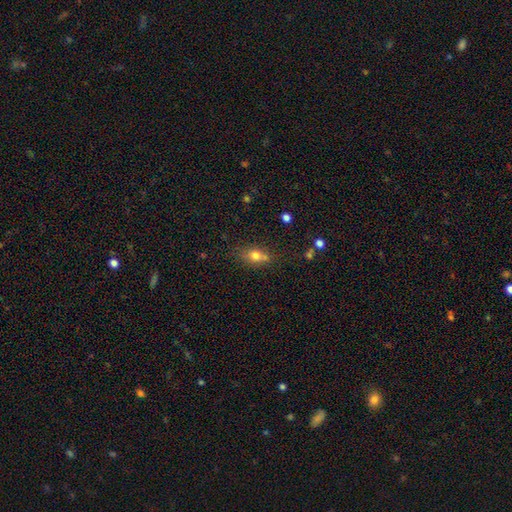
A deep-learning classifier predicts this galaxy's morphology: smooth-or-featured: smooth: 75% | featured or disk: 13% | star or artifact: 12%
  how-rounded: in between: 63% | round: 33% | cigar-shaped: 4%
  merging: none: 53% | merger: 22% | minor disturbance: 19% | major disturbance: 6%